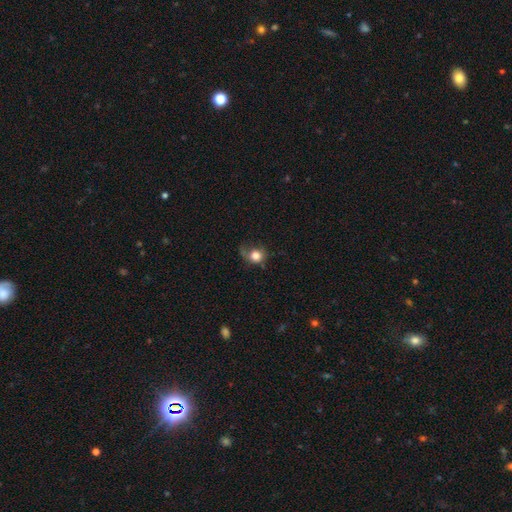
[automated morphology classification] Smooth or featured?
  - smooth: 78% *
  - featured or disk: 12%
  - star or artifact: 11%
How rounded?
  - round: 81% *
  - in between: 18%
  - cigar-shaped: 1%
Merging?
  - none: 46% *
  - minor disturbance: 29%
  - major disturbance: 22%
  - merger: 3%